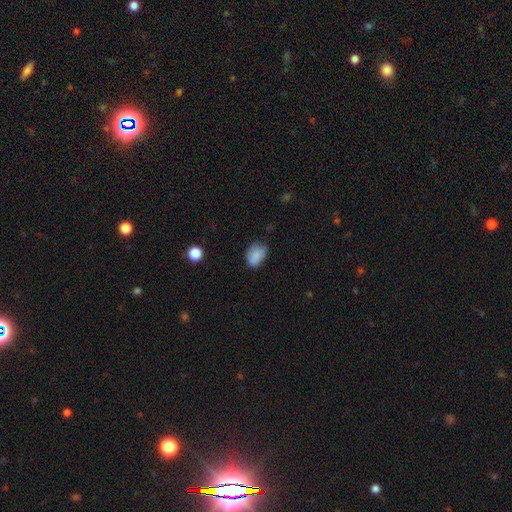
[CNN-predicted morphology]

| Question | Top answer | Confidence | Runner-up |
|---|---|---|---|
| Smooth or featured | smooth | 84% | star or artifact (10%) |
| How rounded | in between | 72% | round (27%) |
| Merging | none | 59% | minor disturbance (32%) |